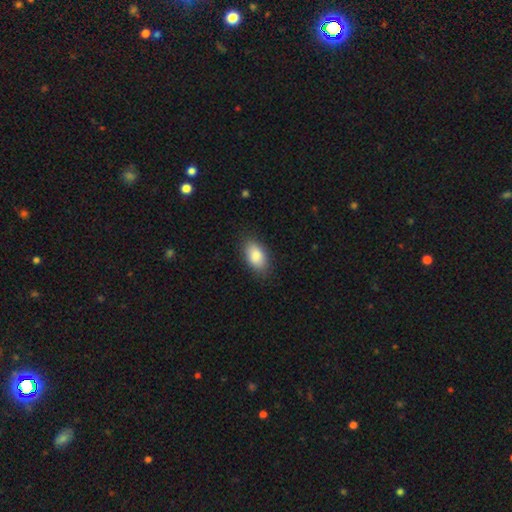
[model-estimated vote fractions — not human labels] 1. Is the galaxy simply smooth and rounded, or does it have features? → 88% smooth, 7% star or artifact, 6% featured or disk.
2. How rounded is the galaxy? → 92% in between, 5% round, 2% cigar-shaped.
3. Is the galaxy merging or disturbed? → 85% none, 11% minor disturbance, 3% major disturbance, 1% merger.